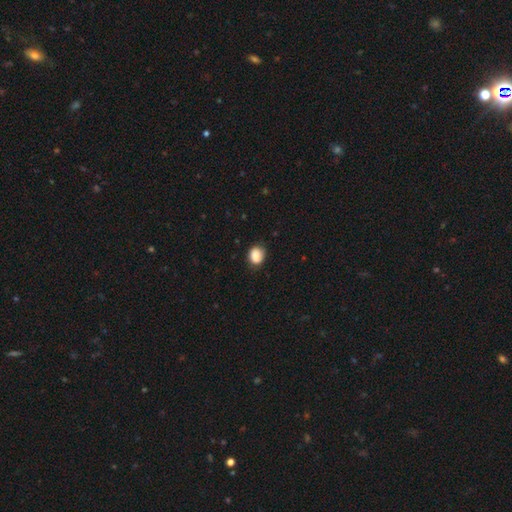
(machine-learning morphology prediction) smooth_or_featured: smooth (p=0.87) [alt: star or artifact p=0.08]
how_rounded: round (p=0.51) [alt: in between p=0.48]
merging: none (p=0.74) [alt: minor disturbance p=0.21]